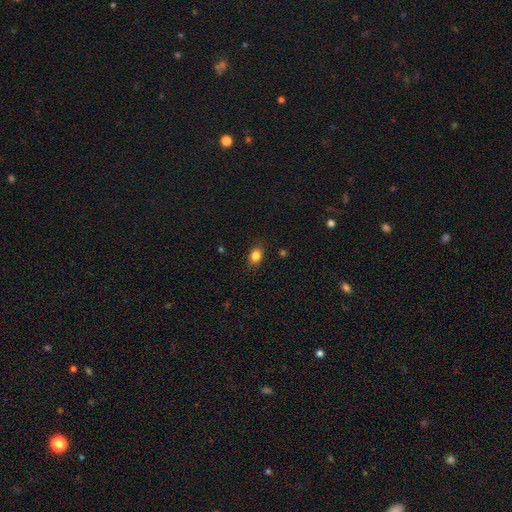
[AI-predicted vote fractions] Smooth or featured?
  - smooth: 84% *
  - star or artifact: 10%
  - featured or disk: 6%
How rounded?
  - in between: 67% *
  - round: 31%
  - cigar-shaped: 2%
Merging?
  - none: 83% *
  - minor disturbance: 13%
  - major disturbance: 3%
  - merger: 1%